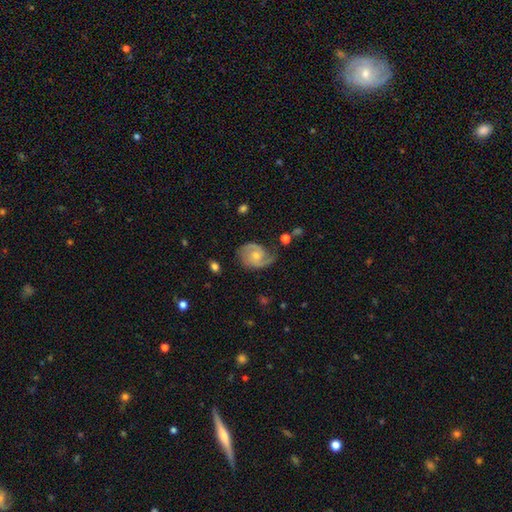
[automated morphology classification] smooth_or_featured: featured or disk (p=0.83) [alt: smooth p=0.12]
disk_edge_on: no (p=0.98) [alt: yes p=0.02]
bar: no (p=0.66) [alt: weak p=0.30]
has_spiral_arms: yes (p=0.96) [alt: no p=0.04]
spiral_winding: medium (p=0.50) [alt: tight p=0.31]
spiral_arm_count: 2 (p=0.82) [alt: 1 p=0.07]
bulge_size: small (p=0.48) [alt: moderate p=0.46]
merging: none (p=0.66) [alt: minor disturbance p=0.22]